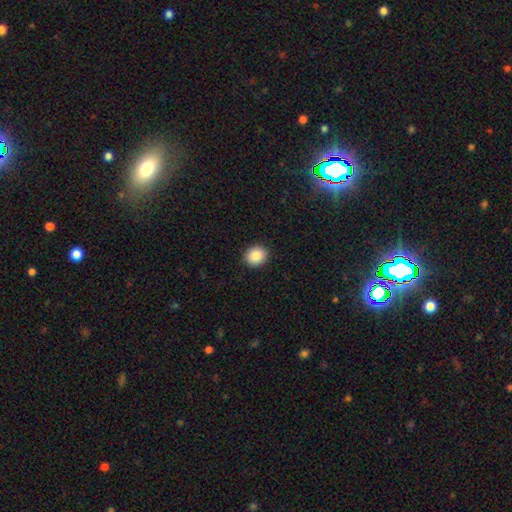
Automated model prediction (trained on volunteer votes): Smooth or featured? smooth (87%)
How rounded? round (77%)
Merging? none (91%)